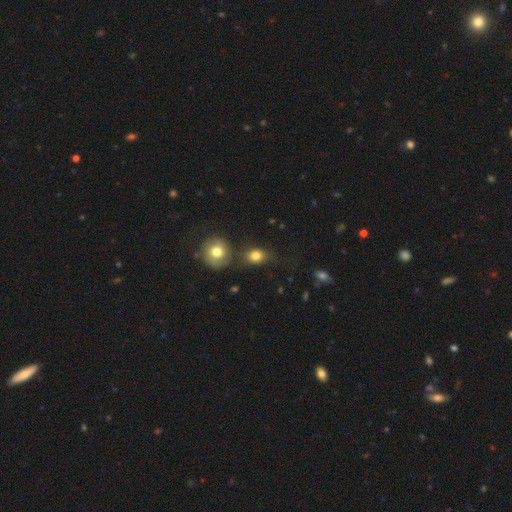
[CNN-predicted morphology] Smooth or featured?
  - smooth: 80% *
  - star or artifact: 10%
  - featured or disk: 9%
How rounded?
  - round: 52% *
  - in between: 46%
  - cigar-shaped: 1%
Merging?
  - none: 60% *
  - minor disturbance: 17%
  - merger: 16%
  - major disturbance: 7%